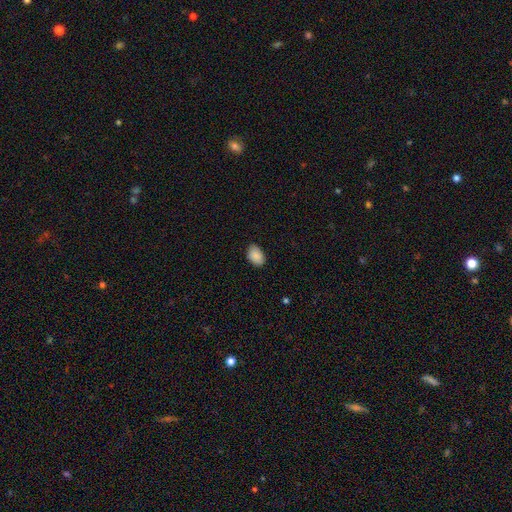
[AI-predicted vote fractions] Smooth or featured? Predicted: smooth (p=0.89). How rounded? Predicted: in between (p=0.85). Merging? Predicted: none (p=0.82).